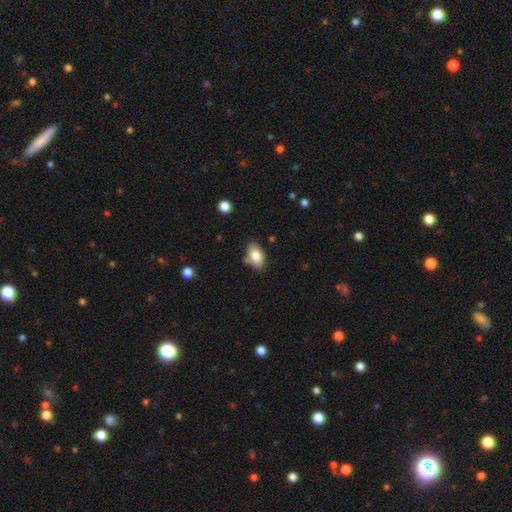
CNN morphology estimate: The model was most divided on "merging": none: 73%, minor disturbance: 17%, merger: 6%, major disturbance: 3%. More confident: how rounded — in between (90%); smooth or featured — smooth (81%).